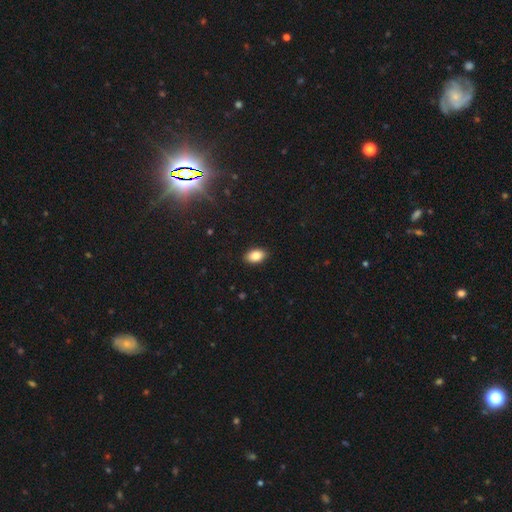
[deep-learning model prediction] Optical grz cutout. It shows a smooth galaxy with no disk features (85%) that is in between round and cigar-shaped (92%). Merging: none (89%).